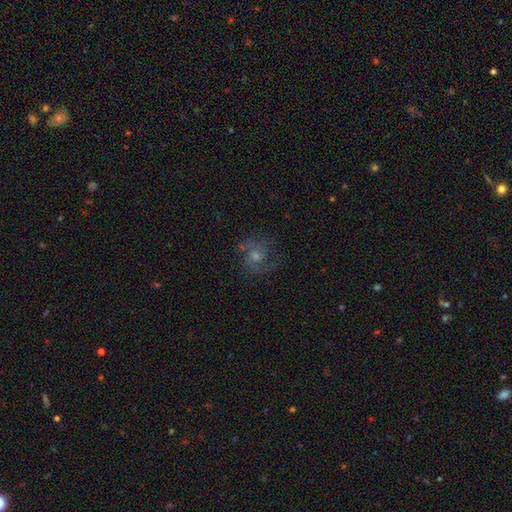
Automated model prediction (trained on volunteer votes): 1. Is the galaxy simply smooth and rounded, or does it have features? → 69% featured or disk, 19% smooth, 12% star or artifact.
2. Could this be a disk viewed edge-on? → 98% no, 2% yes.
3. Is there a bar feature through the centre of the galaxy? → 68% no, 28% weak, 4% strong.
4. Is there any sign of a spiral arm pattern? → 92% yes, 8% no.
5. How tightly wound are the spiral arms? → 53% medium, 26% tight, 21% loose.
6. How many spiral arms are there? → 76% 2, 11% can't tell, 5% 1, 5% 3, 2% 4, 2% more than 4.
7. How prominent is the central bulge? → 50% moderate, 37% small, 6% large, 6% none, 1% dominant.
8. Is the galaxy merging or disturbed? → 71% none, 16% minor disturbance, 11% major disturbance, 2% merger.